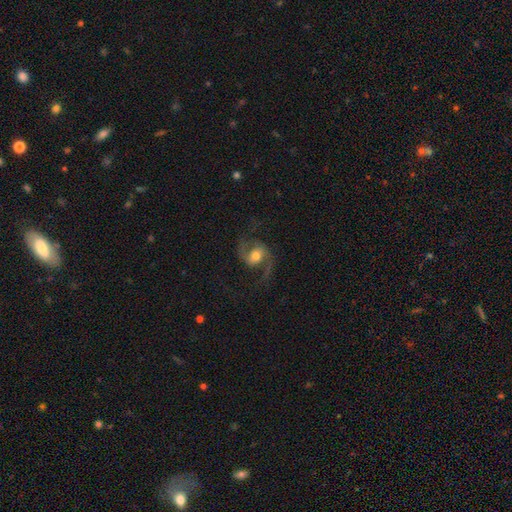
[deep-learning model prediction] Smooth or featured?
  - featured or disk: 85% *
  - smooth: 9%
  - star or artifact: 6%
Edge-on disk?
  - no: 97% *
  - yes: 3%
Bar?
  - no: 43% *
  - weak: 41%
  - strong: 16%
Spiral arms?
  - yes: 96% *
  - no: 4%
Spiral winding?
  - loose: 51% *
  - medium: 42%
  - tight: 7%
Spiral arm count?
  - 2: 93% *
  - 1: 2%
  - can't tell: 2%
  - 3: 1%
  - 4: 1%
  - more than 4: 1%
Bulge size?
  - moderate: 69% *
  - small: 15%
  - large: 13%
  - none: 2%
  - dominant: 1%
Merging?
  - none: 72% *
  - minor disturbance: 13%
  - major disturbance: 13%
  - merger: 2%